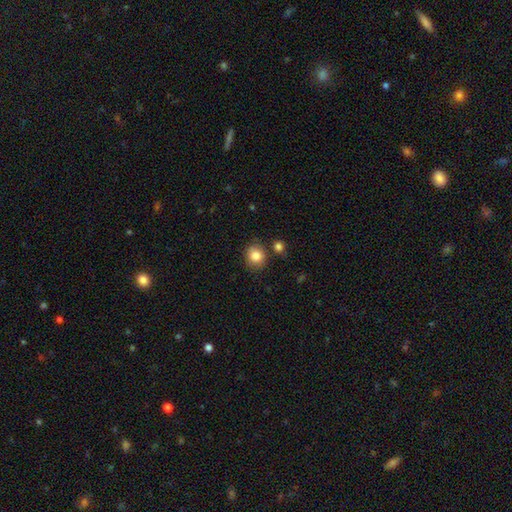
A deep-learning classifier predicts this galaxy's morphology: Overall: smooth (85%). How rounded: round (77%). Merging: none (79%).